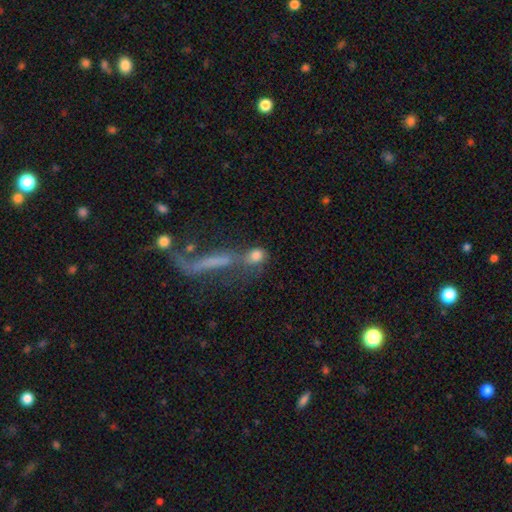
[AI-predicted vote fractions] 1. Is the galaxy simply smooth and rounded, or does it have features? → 75% smooth, 14% featured or disk, 12% star or artifact.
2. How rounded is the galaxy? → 47% round, 38% in between, 15% cigar-shaped.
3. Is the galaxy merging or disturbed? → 39% none, 35% merger, 13% minor disturbance, 13% major disturbance.